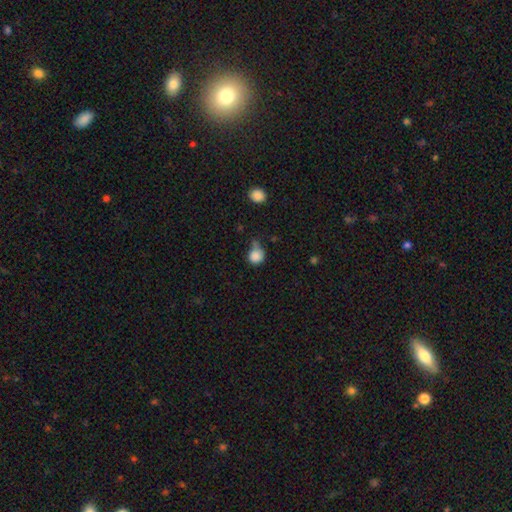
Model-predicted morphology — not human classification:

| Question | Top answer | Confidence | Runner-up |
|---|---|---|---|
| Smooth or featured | smooth | 85% | star or artifact (10%) |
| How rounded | round | 84% | in between (15%) |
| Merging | none | 44% | minor disturbance (31%) |